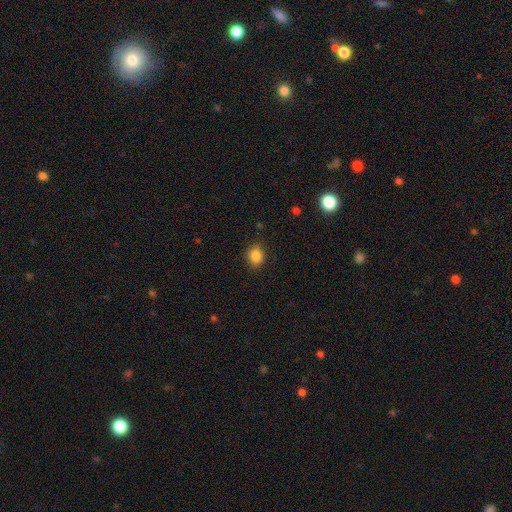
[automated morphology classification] Smooth or featured? Predicted: smooth (p=0.85). How rounded? Predicted: round (p=0.68). Merging? Predicted: none (p=0.84).